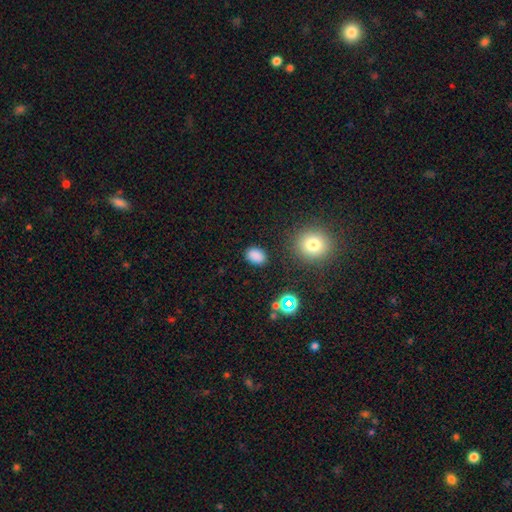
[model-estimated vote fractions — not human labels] A smooth galaxy with no disk features (82%) that is in between round and cigar-shaped (75%). Merging: none (84%).